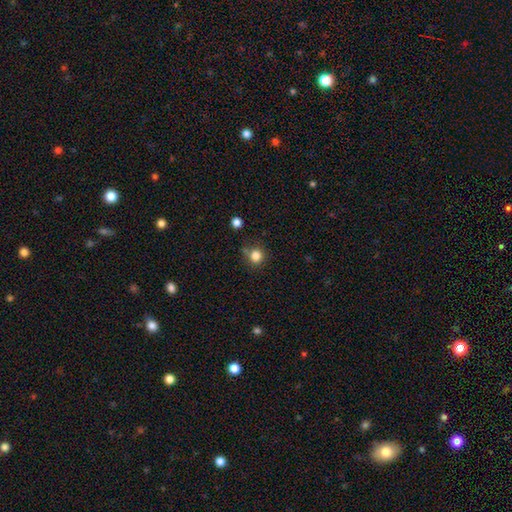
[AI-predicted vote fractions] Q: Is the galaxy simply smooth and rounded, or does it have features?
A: smooth — 83%.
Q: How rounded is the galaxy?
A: round — 90%.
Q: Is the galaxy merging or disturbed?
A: none — 75%.